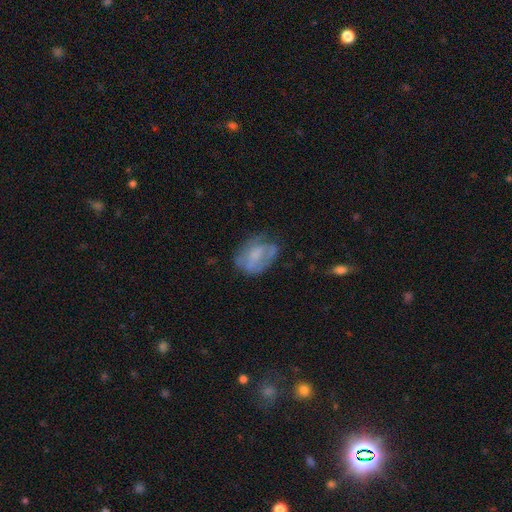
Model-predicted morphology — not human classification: smooth_or_featured: featured or disk (p=0.48) [alt: smooth p=0.43]
merging: none (p=0.50) [alt: minor disturbance p=0.28]